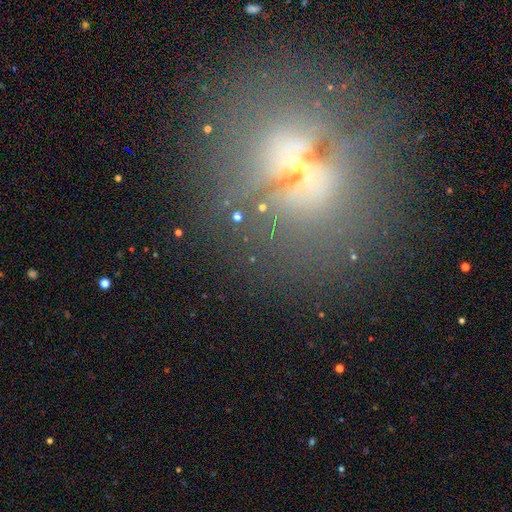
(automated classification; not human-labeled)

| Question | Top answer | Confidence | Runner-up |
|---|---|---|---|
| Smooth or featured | featured or disk | 37% | star or artifact (33%) |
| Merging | none | 62% | minor disturbance (14%) |